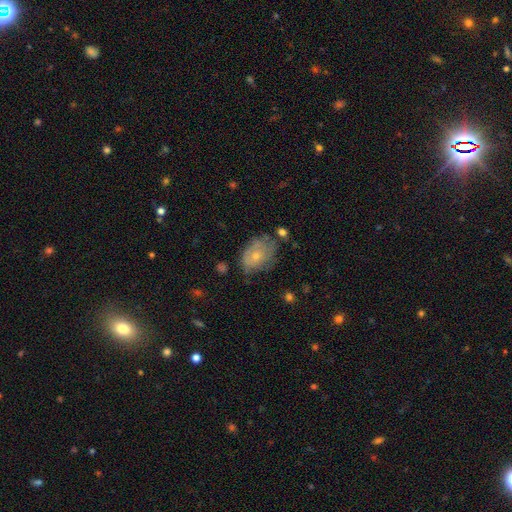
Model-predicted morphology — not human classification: This appears to be a smooth galaxy with no disk features (52%) that is in between round and cigar-shaped (73%). Merging: none (48%).